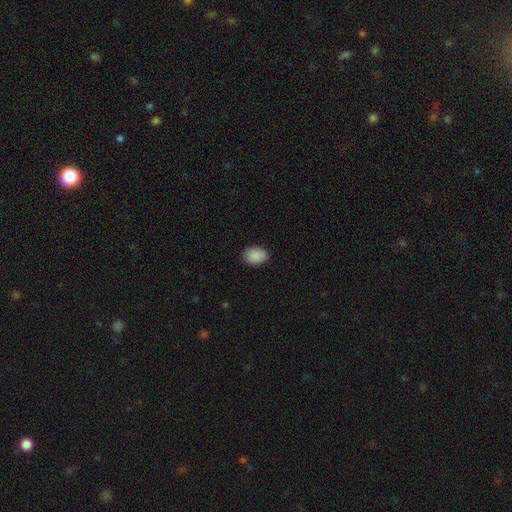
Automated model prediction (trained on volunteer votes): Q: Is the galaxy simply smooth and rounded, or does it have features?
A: smooth — 90%.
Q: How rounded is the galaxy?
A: in between — 73%.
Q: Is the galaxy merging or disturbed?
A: none — 86%.